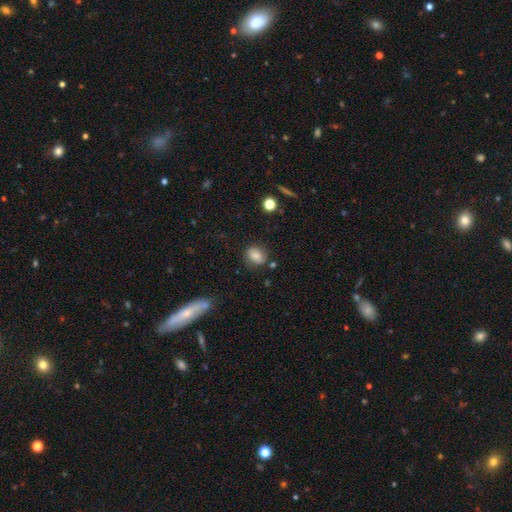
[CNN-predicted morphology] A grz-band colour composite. It shows a smooth galaxy with no disk features (80%) that is in between round and cigar-shaped (53%). Merging: none (77%).